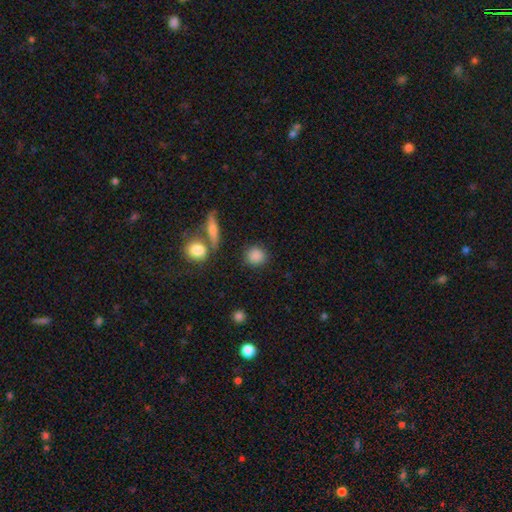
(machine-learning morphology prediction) Smooth or featured? smooth (86%)
How rounded? round (81%)
Merging? none (83%)